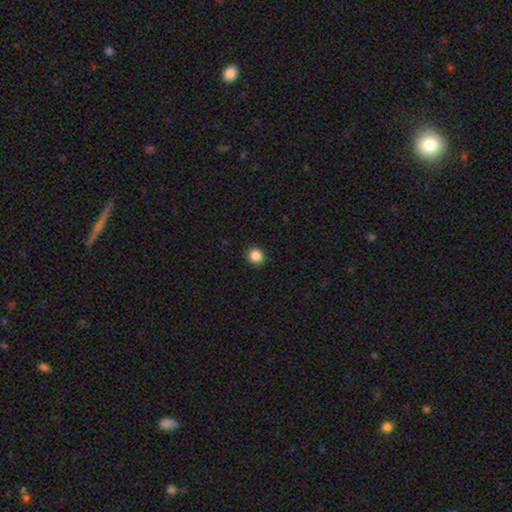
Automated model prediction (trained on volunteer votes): smooth-or-featured: smooth: 87% | star or artifact: 10% | featured or disk: 3%
  how-rounded: round: 92% | in between: 7% | cigar-shaped: 1%
  merging: none: 92% | minor disturbance: 5% | major disturbance: 2% | merger: 1%